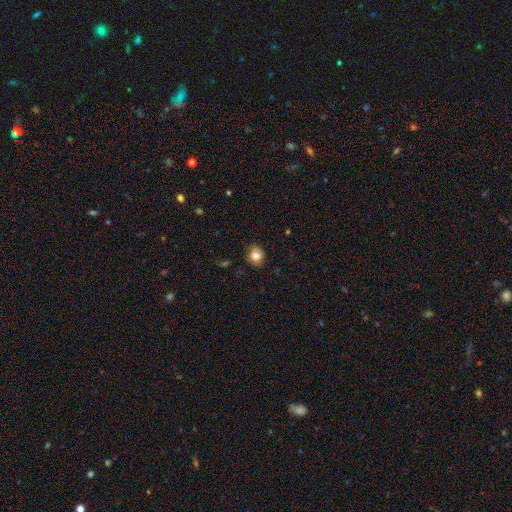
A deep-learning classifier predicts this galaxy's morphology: This appears to be a smooth galaxy with no disk features (80%) that is round (78%). Merging: none (80%).